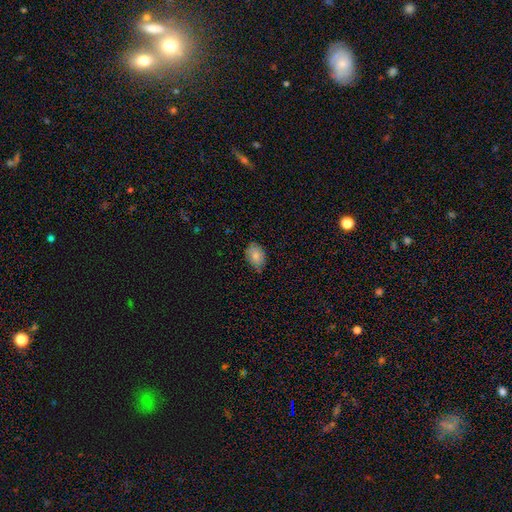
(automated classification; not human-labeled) smooth_or_featured: smooth (p=0.79) [alt: featured or disk p=0.14]
how_rounded: in between (p=0.80) [alt: round p=0.19]
merging: none (p=0.72) [alt: minor disturbance p=0.23]